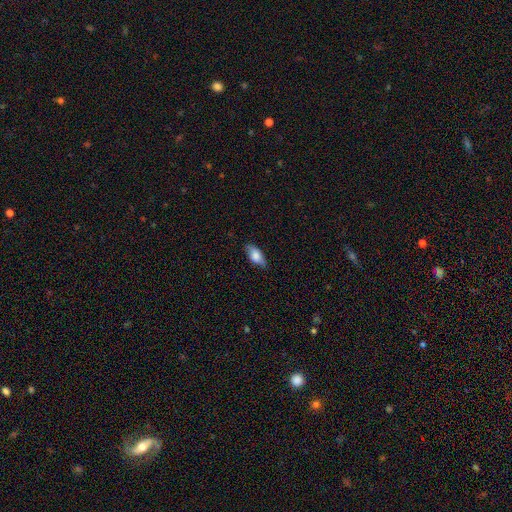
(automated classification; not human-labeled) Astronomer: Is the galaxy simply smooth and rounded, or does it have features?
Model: smooth — 75%.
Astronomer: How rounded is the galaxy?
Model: in between — 85%.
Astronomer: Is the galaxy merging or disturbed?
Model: none — 78%.